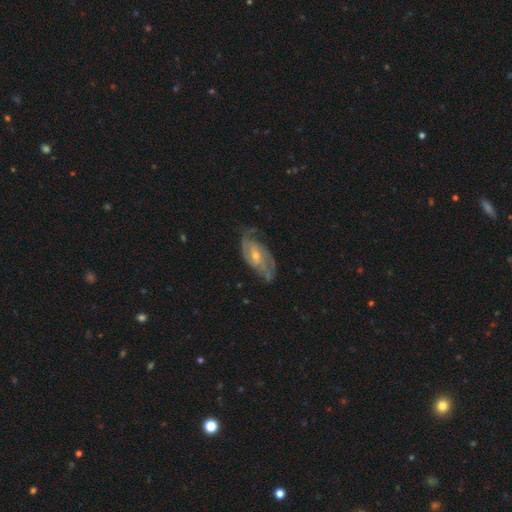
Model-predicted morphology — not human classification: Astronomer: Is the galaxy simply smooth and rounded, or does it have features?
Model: featured or disk — 82%.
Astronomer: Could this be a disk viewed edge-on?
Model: no — 94%.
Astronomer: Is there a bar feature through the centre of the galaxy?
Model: no — 50% (runner-up: weak, 40%).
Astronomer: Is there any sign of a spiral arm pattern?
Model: yes — 93%.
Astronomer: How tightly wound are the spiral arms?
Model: tight — 43%, tied with medium at 43%.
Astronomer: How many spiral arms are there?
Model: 2 — 59%.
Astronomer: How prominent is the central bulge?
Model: small — 53% (runner-up: moderate, 43%).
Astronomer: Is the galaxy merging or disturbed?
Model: none — 67%.